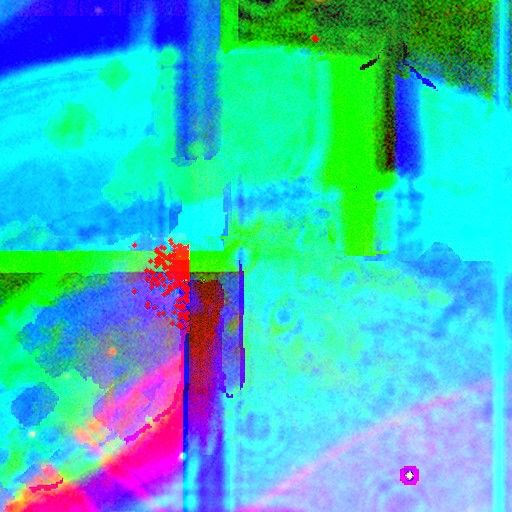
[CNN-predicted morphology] Smooth or featured? Predicted: star or artifact (p=0.85).